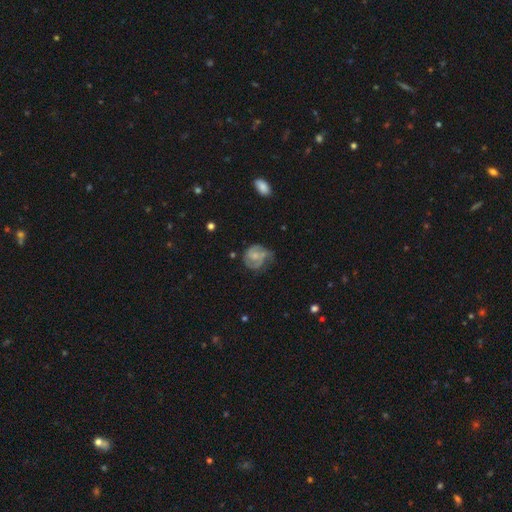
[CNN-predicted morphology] A featured or disk galaxy (56%) with no bar (69%), spiral arms (77%) and a small central bulge (52%). Merging: none (43%).